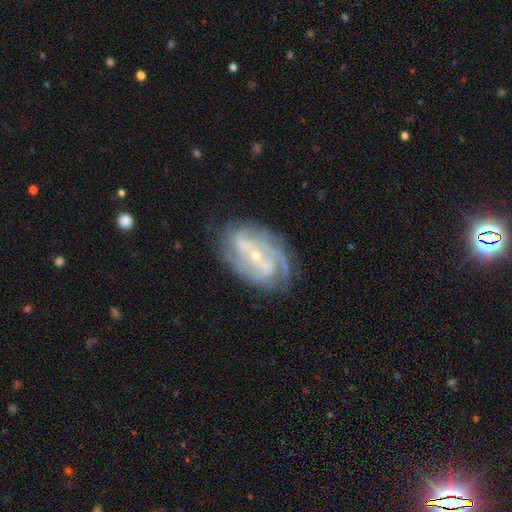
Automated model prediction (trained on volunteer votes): Smooth or featured? featured or disk (85%)
Edge-on disk? no (95%)
Bar? strong (40%)
Spiral arms? yes (92%)
Spiral winding? tight (55%)
Spiral arm count? 2 (36%)
Bulge size? small (68%)
Merging? none (72%)